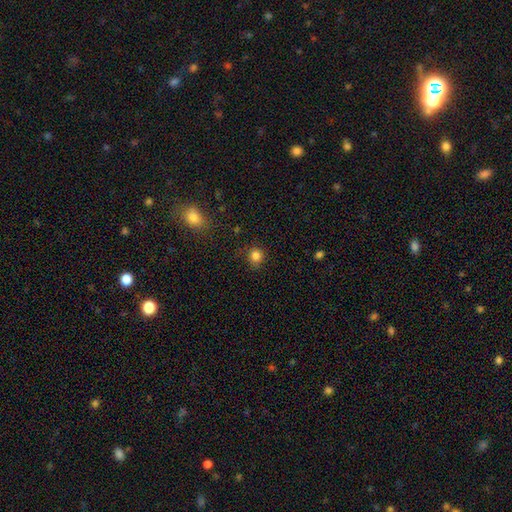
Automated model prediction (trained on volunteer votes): Overall: smooth (83%). How rounded: round (89%). Merging: none (84%).